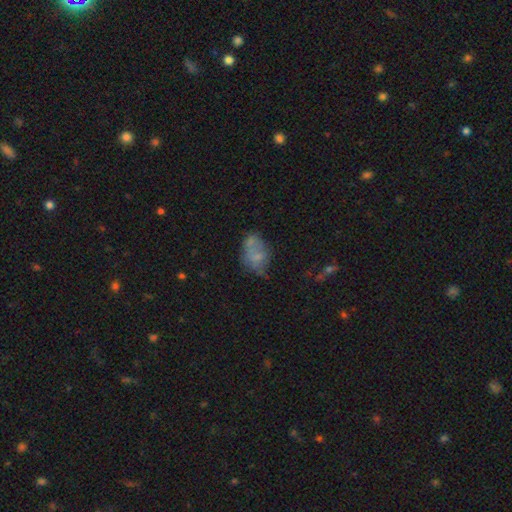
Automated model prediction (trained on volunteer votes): smooth_or_featured: smooth (p=0.59) [alt: featured or disk p=0.29]
how_rounded: in between (p=0.79) [alt: round p=0.19]
merging: none (p=0.40) [alt: minor disturbance p=0.27]